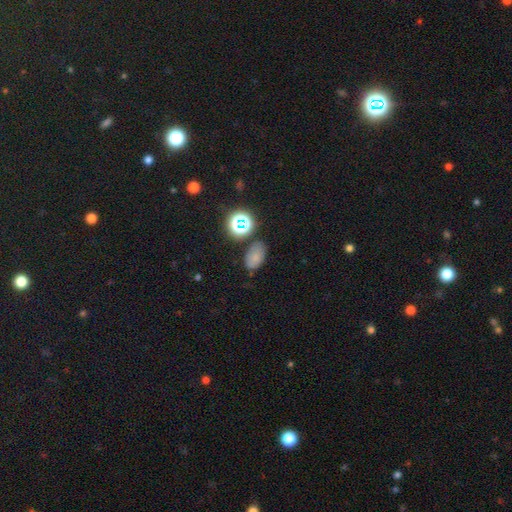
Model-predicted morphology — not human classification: Smooth or featured? smooth (69%)
How rounded? in between (86%)
Merging? none (70%)